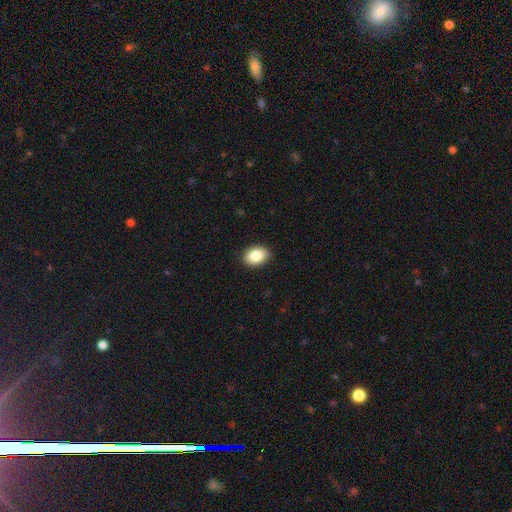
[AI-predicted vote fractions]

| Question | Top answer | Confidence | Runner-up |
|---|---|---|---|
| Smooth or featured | smooth | 86% | star or artifact (8%) |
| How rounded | in between | 78% | round (21%) |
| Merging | none | 90% | minor disturbance (7%) |